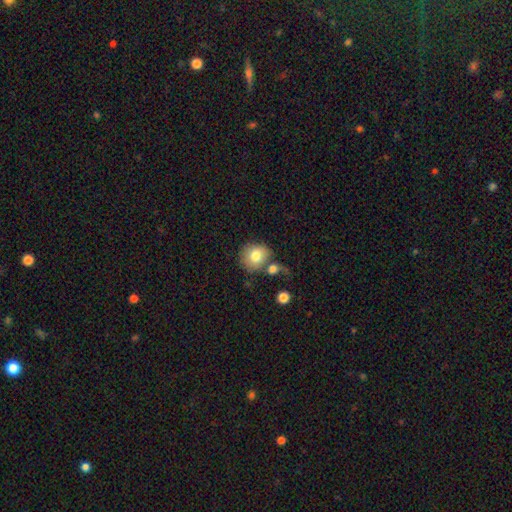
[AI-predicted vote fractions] Smooth or featured? Predicted: smooth (p=0.79). How rounded? Predicted: round (p=0.80). Merging? Predicted: none (p=0.58).